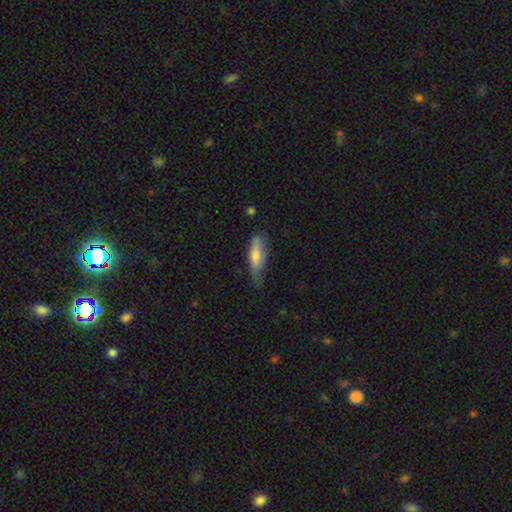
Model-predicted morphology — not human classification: This is likely a smooth galaxy (65%). How rounded: possibly cigar-shaped (49%, tied with in between). Merging: possibly none (46%).